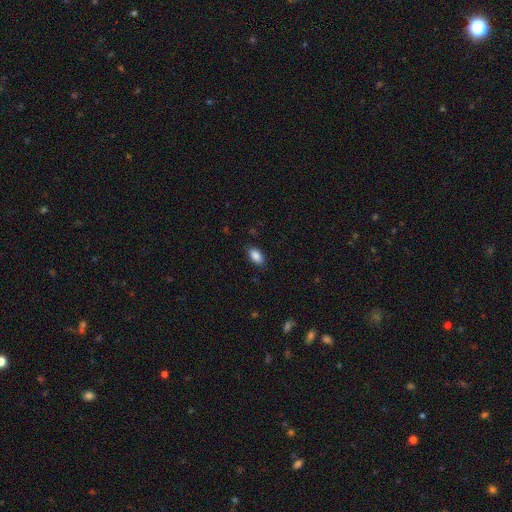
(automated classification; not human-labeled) Overall: smooth (88%). How rounded: in between (92%). Merging: none (85%).